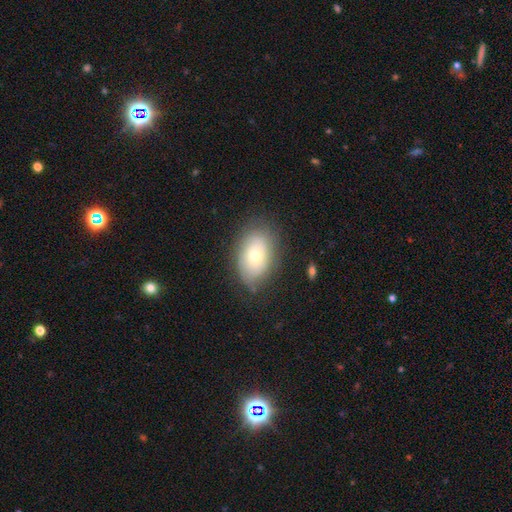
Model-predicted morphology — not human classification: Overall: smooth (64%; featured or disk 27%). How rounded: in between (85%). Merging: none (75%).